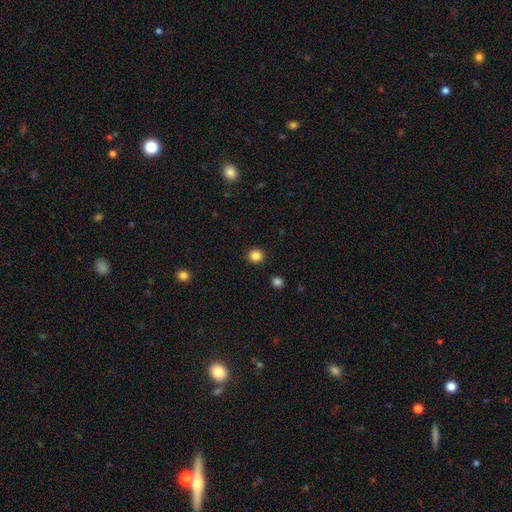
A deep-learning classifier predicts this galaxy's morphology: A smooth galaxy with no disk features (85%) that is round (91%).

Vote fractions:
- Smooth or featured? smooth: 85% / star or artifact: 11% / featured or disk: 4%
- How rounded? round: 91% / in between: 9% / cigar-shaped: 1%
- Merging? none: 92% / minor disturbance: 5% / major disturbance: 2% / merger: 1%